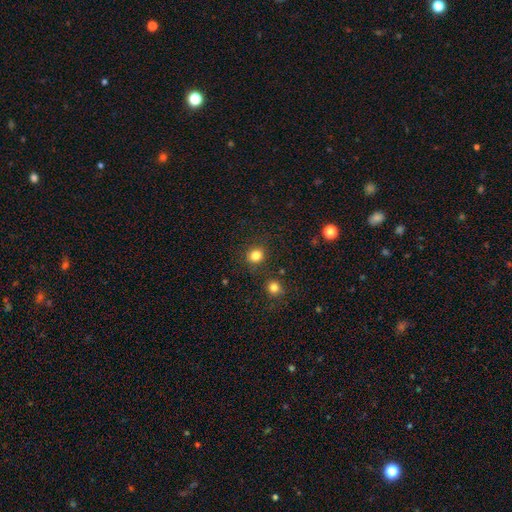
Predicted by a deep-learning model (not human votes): Smooth or featured? smooth (83%)
How rounded? round (82%)
Merging? none (84%)